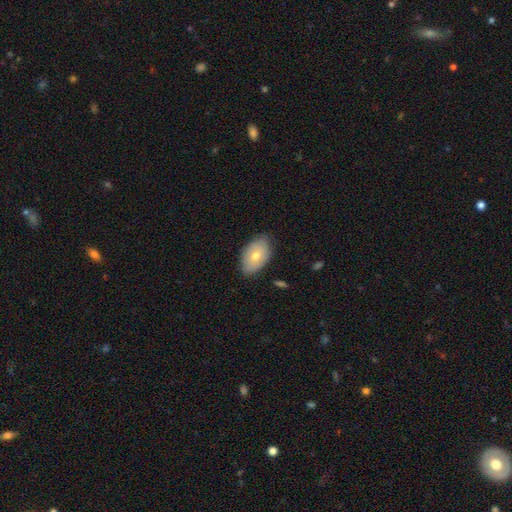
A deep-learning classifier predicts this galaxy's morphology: The model was most divided on "smooth or featured": smooth: 65%, featured or disk: 28%, star or artifact: 7%. More confident: how rounded — in between (91%); merging — none (79%).